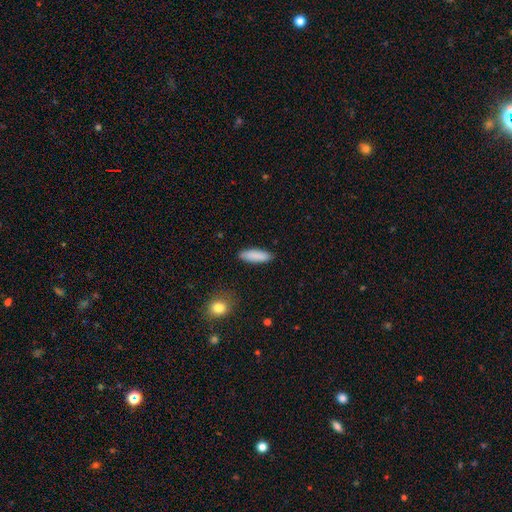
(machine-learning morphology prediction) Smooth or featured?
  - smooth: 88% *
  - star or artifact: 6%
  - featured or disk: 6%
How rounded?
  - cigar-shaped: 54% *
  - in between: 45%
  - round: 2%
Merging?
  - none: 89% *
  - minor disturbance: 8%
  - major disturbance: 2%
  - merger: 1%